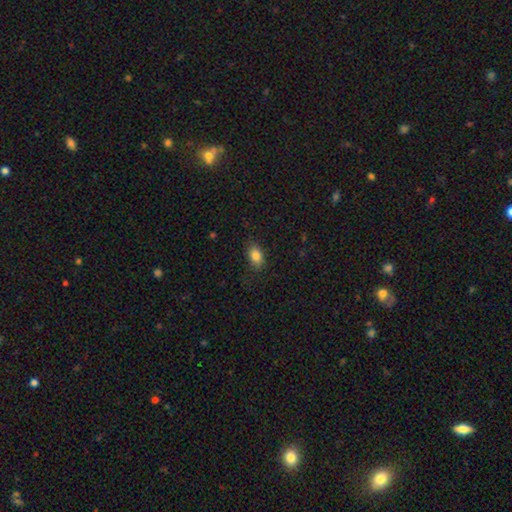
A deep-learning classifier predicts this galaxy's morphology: Smooth or featured? Predicted: smooth (p=0.85). How rounded? Predicted: in between (p=0.84). Merging? Predicted: none (p=0.83).